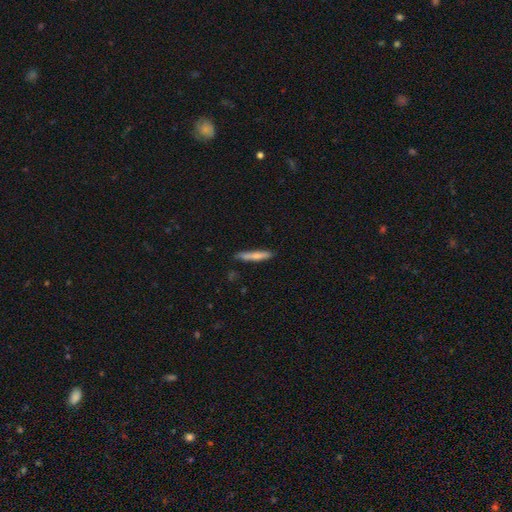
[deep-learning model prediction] This is likely a smooth galaxy (69%). How rounded: clearly cigar-shaped (93%). Merging: likely none (79%).